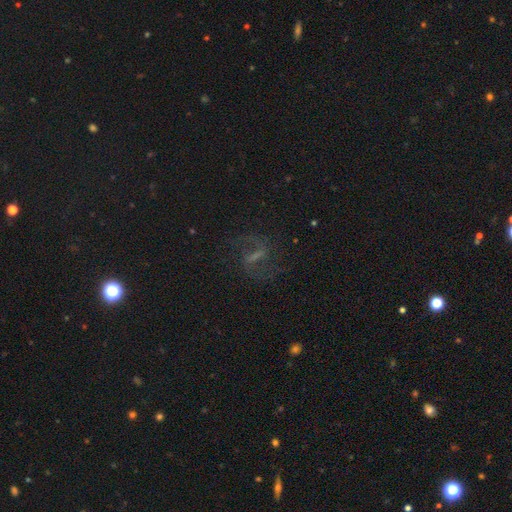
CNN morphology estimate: Smooth or featured: featured or disk — 71% (star or artifact — 16%)
Edge-on disk: no — 94% (yes — 6%)
Bar: strong — 54% (weak — 35%)
Spiral arms: yes — 88% (no — 12%)
Spiral winding: medium — 45% (loose — 44%)
Spiral arm count: 2 — 89% (can't tell — 5%)
Bulge size: none — 47% (small — 26%)
Merging: none — 74% (minor disturbance — 12%)